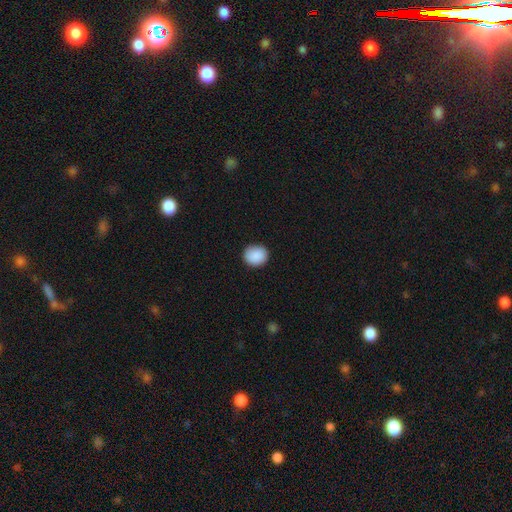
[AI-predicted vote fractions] Overall: smooth (90%). How rounded: round (79%). Merging: none (88%).